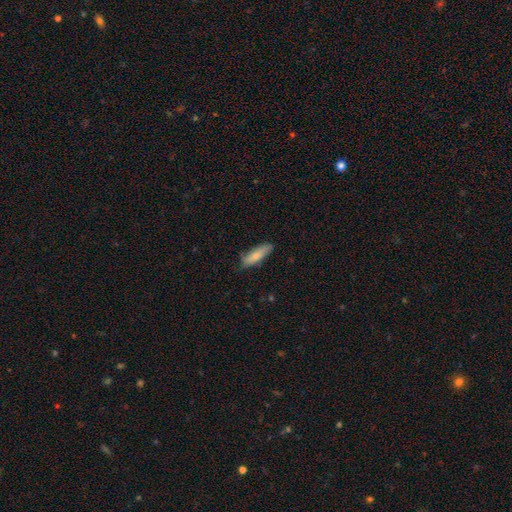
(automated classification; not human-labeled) Q: Smooth or featured?
A: smooth (79%); runner-up: featured or disk (16%)
Q: How rounded?
A: cigar-shaped (53%); runner-up: in between (45%)
Q: Merging?
A: none (77%); runner-up: minor disturbance (19%)